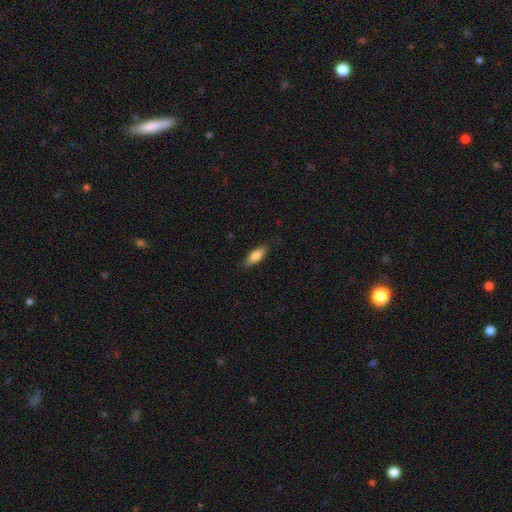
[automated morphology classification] Smooth or featured? smooth (73%)
How rounded? in between (62%)
Merging? none (86%)